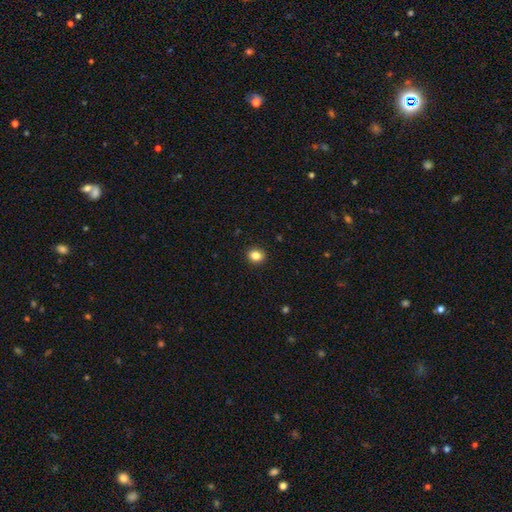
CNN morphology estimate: smooth-or-featured: smooth: 85% | star or artifact: 10% | featured or disk: 5%
  how-rounded: round: 57% | in between: 42% | cigar-shaped: 1%
  merging: none: 91% | minor disturbance: 7% | major disturbance: 2% | merger: 1%